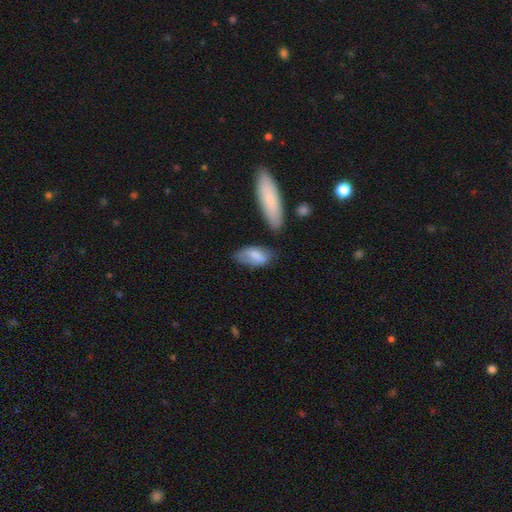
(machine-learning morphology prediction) Smooth or featured? Predicted: smooth (p=0.77). How rounded? Predicted: in between (p=0.89). Merging? Predicted: none (p=0.58).